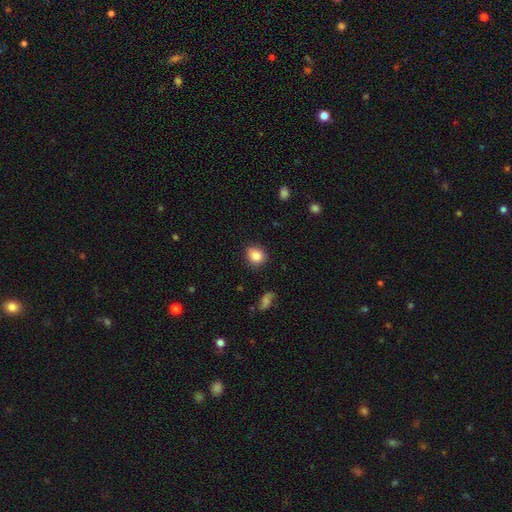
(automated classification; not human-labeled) Smooth or featured? smooth (85%)
How rounded? round (63%)
Merging? none (81%)